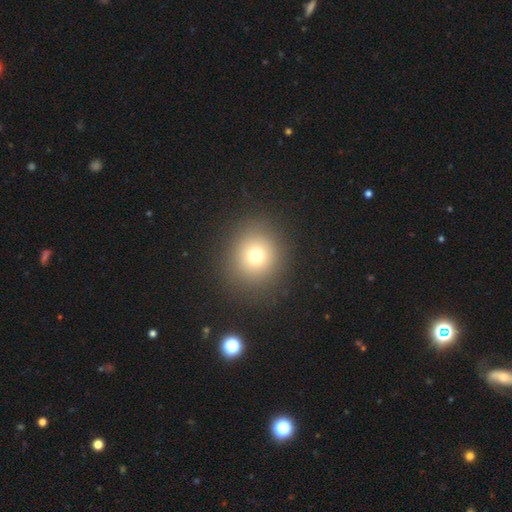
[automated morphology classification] A smooth galaxy with no disk features (73%) that is round (84%). Merging: none (88%).